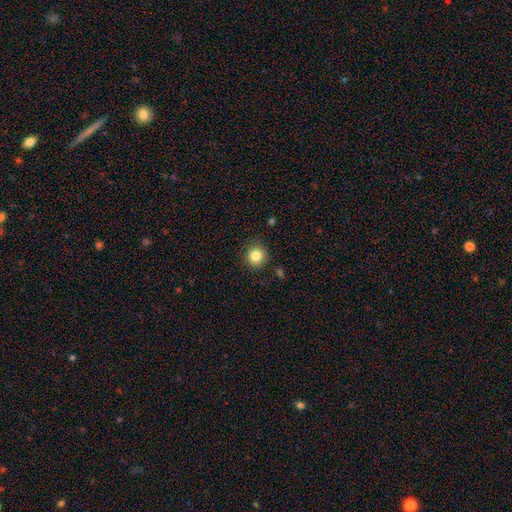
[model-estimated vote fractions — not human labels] Morphology: type=smooth (84%); roundness=round (92%); merging=none (89%).